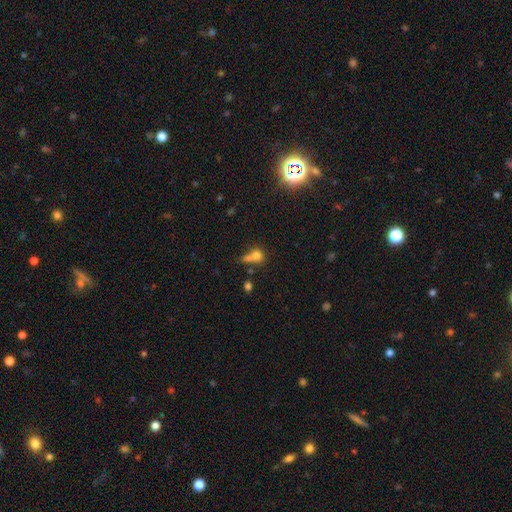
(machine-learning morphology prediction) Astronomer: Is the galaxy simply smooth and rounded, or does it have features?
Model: smooth — 73%.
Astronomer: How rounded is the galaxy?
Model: round — 70%.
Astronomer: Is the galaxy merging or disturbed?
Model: merger — 44% (runner-up: none, 35%).